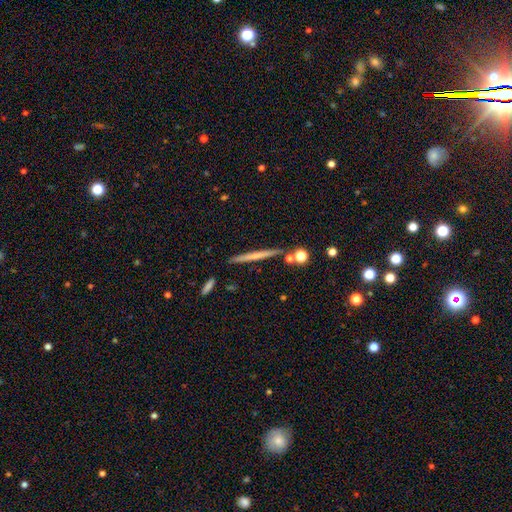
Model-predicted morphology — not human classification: smooth_or_featured: smooth (p=0.48) [alt: featured or disk p=0.45]
merging: none (p=0.86) [alt: minor disturbance p=0.08]